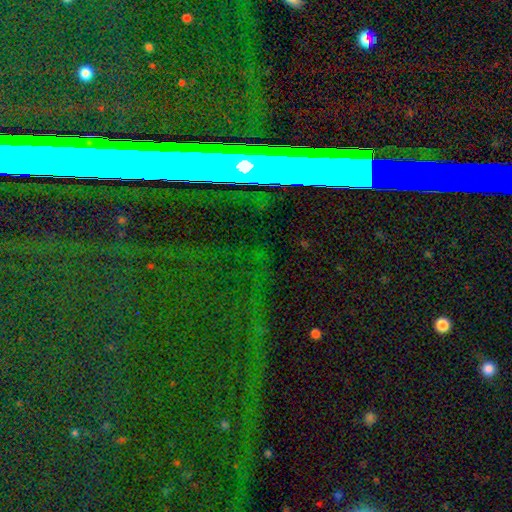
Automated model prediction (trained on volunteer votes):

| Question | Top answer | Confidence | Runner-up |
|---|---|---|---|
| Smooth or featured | star or artifact | 63% | smooth (19%) |